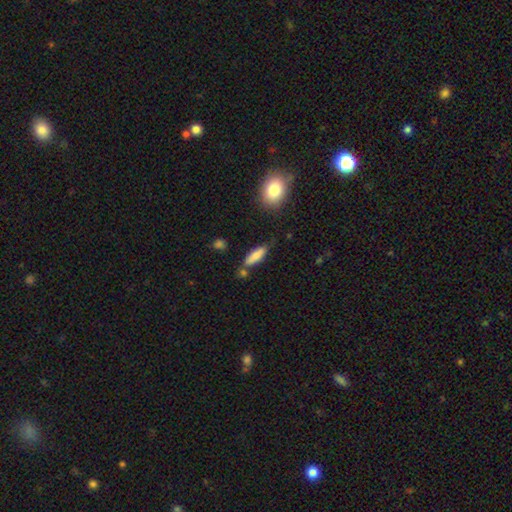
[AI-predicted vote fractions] smooth_or_featured: smooth (p=0.78) [alt: featured or disk p=0.15]
how_rounded: cigar-shaped (p=0.51) [alt: in between p=0.47]
merging: none (p=0.66) [alt: minor disturbance p=0.20]